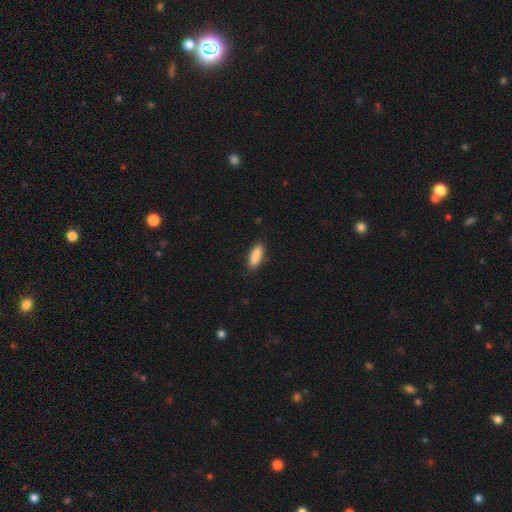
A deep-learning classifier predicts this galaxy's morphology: smooth_or_featured: smooth (p=0.88) [alt: star or artifact p=0.06]
how_rounded: in between (p=0.62) [alt: cigar-shaped p=0.36]
merging: none (p=0.86) [alt: minor disturbance p=0.11]